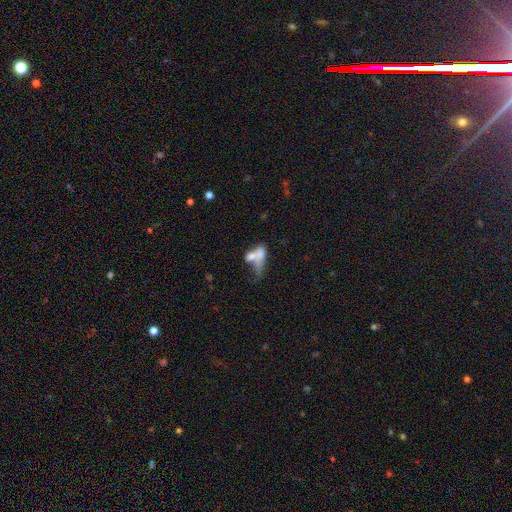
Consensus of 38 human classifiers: Smooth or featured? 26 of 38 (68%) said smooth. How rounded? 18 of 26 (69%) said in between. Merging? 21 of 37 (57%) said merger.